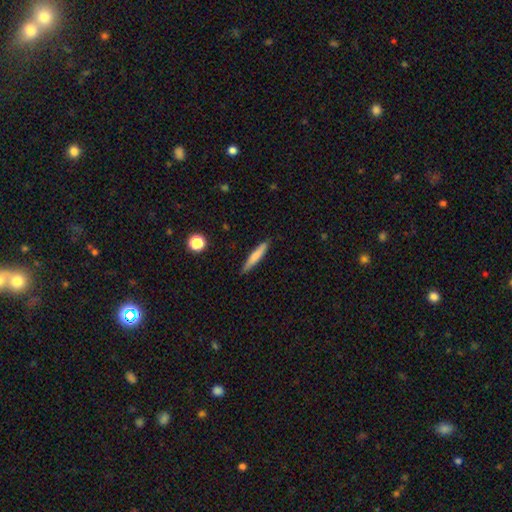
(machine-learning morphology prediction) A smooth galaxy with no disk features (72%) that is cigar-shaped (91%).

Vote fractions:
- Smooth or featured? smooth: 72% / featured or disk: 22% / star or artifact: 6%
- How rounded? cigar-shaped: 91% / in between: 7% / round: 2%
- Merging? none: 85% / minor disturbance: 11% / major disturbance: 2% / merger: 1%